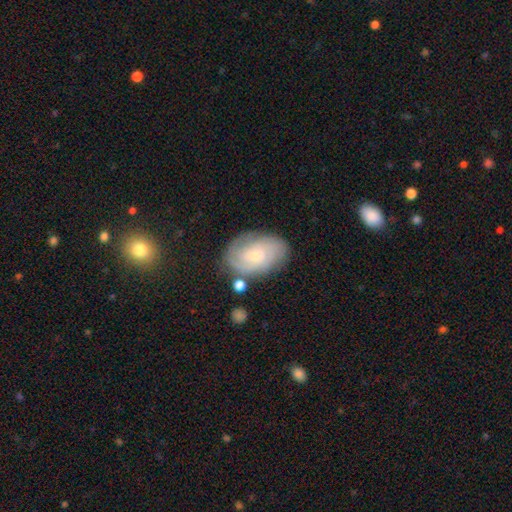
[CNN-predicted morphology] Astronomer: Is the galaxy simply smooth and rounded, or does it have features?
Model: featured or disk — 66%.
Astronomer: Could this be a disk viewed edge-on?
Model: no — 96%.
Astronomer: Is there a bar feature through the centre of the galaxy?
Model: no — 67%.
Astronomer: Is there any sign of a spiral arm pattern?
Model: yes — 91%.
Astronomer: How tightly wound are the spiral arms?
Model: tight — 61%.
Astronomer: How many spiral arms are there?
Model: can't tell — 36% (runner-up: 2, 33%).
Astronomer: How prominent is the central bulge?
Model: small — 71%.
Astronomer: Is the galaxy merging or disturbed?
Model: none — 73%.